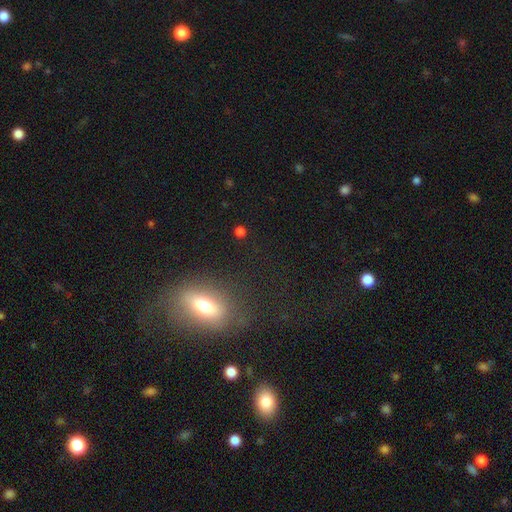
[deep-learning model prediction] Overall: smooth (50%; featured or disk 25%). How rounded: in between (72%). Merging: none (65%).